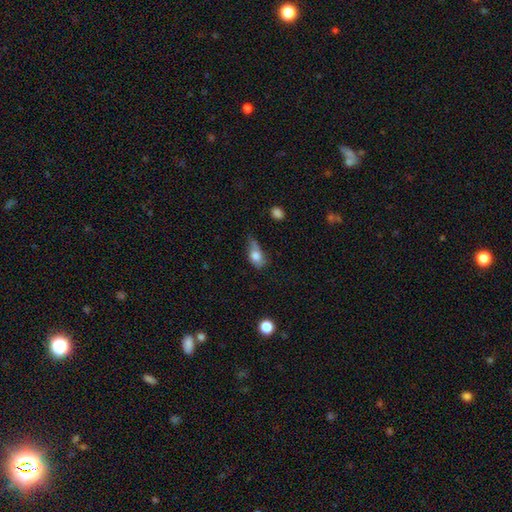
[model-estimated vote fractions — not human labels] smooth-or-featured: smooth: 74% | featured or disk: 17% | star or artifact: 9%
  how-rounded: in between: 78% | round: 15% | cigar-shaped: 7%
  merging: minor disturbance: 42% | none: 28% | major disturbance: 24% | merger: 6%